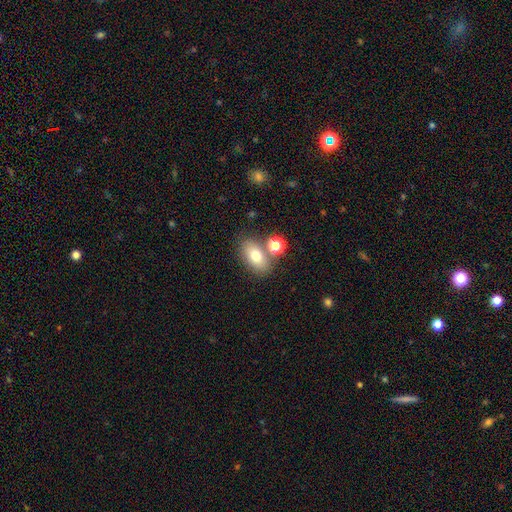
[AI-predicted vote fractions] Morphology: type=smooth (74%); roundness=in between (85%); merging=none (70%).